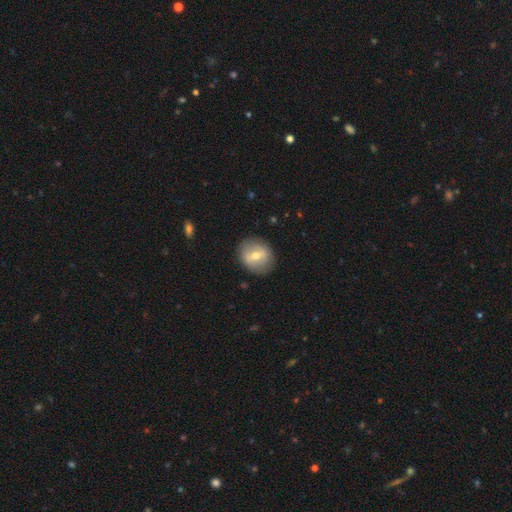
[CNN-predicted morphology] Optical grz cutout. It shows a featured or disk galaxy (50%). Merging: none (86%).